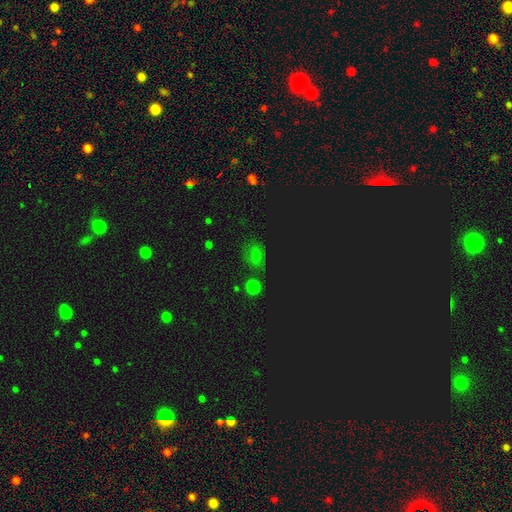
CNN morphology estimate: A smooth galaxy with no disk features (47%). Merging: none (67%).